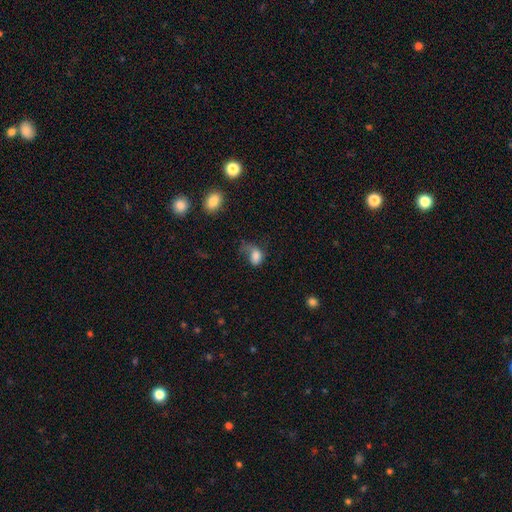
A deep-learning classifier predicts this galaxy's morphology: This appears to be a smooth galaxy with no disk features (75%) that is in between round and cigar-shaped (76%). Merging: major disturbance (45%).